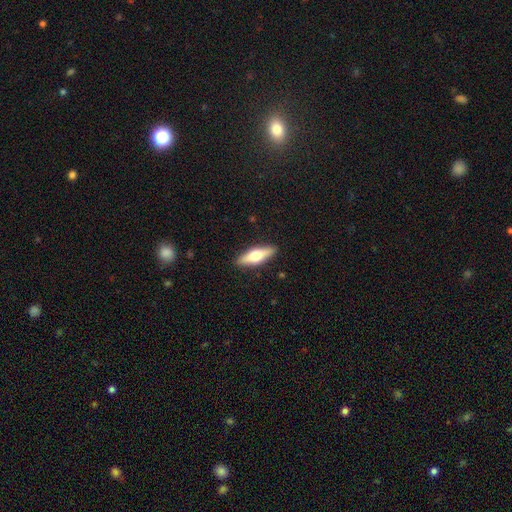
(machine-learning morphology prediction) A smooth galaxy with no disk features (48%).

Vote fractions:
- Smooth or featured? smooth: 48% / featured or disk: 46% / star or artifact: 6%
- Merging? none: 90% / minor disturbance: 8% / major disturbance: 2% / merger: 1%